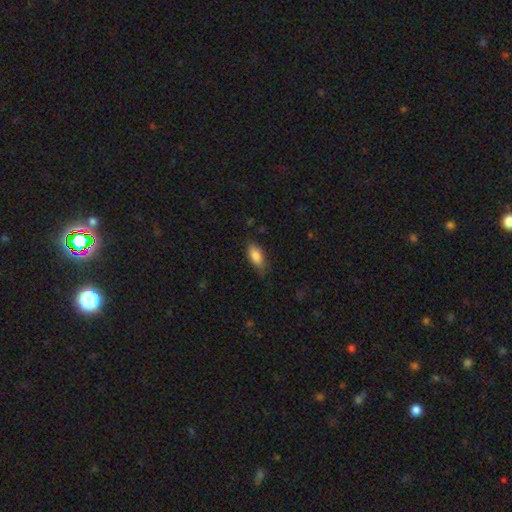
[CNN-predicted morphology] Smooth or featured?
  - smooth: 84% *
  - featured or disk: 9%
  - star or artifact: 7%
How rounded?
  - in between: 85% *
  - cigar-shaped: 12%
  - round: 3%
Merging?
  - none: 71% *
  - minor disturbance: 23%
  - major disturbance: 5%
  - merger: 1%